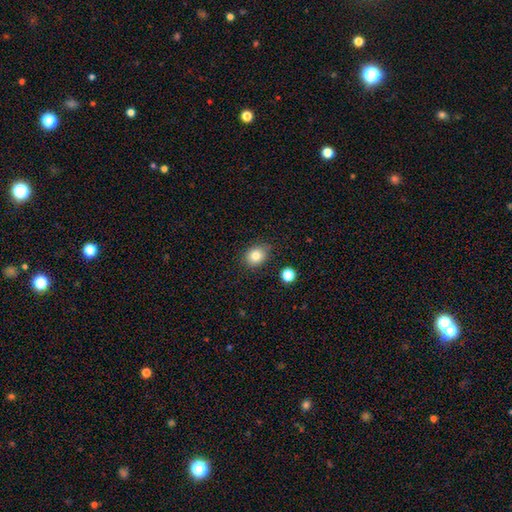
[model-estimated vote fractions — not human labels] Smooth or featured?
  - smooth: 82% *
  - star or artifact: 11%
  - featured or disk: 8%
How rounded?
  - round: 57% *
  - in between: 42%
  - cigar-shaped: 1%
Merging?
  - none: 81% *
  - minor disturbance: 13%
  - major disturbance: 3%
  - merger: 3%